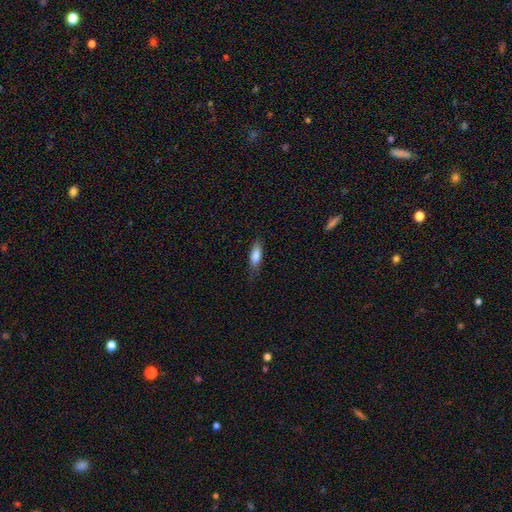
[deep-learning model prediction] smooth 81%, featured or disk 12%, star or artifact 7%. Down the decision tree: how rounded — in between (60%); merging — none (72%).